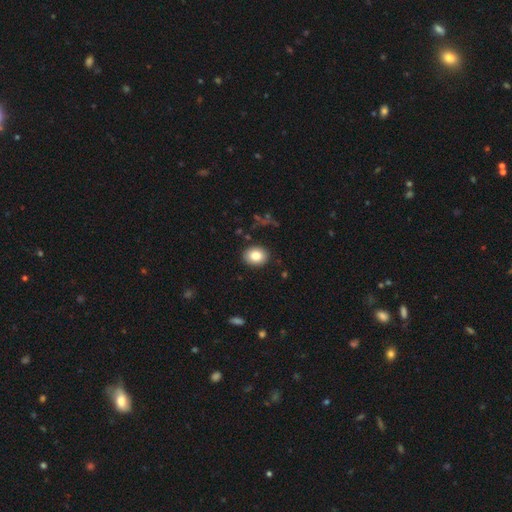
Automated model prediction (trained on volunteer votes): This appears to be a smooth galaxy with no disk features (85%) that is in between round and cigar-shaped (55%). Merging: none (88%).